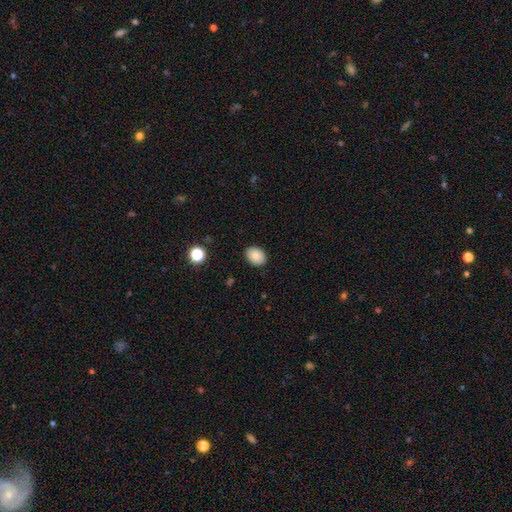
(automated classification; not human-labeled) Smooth or featured? smooth (85%)
How rounded? in between (67%)
Merging? none (88%)